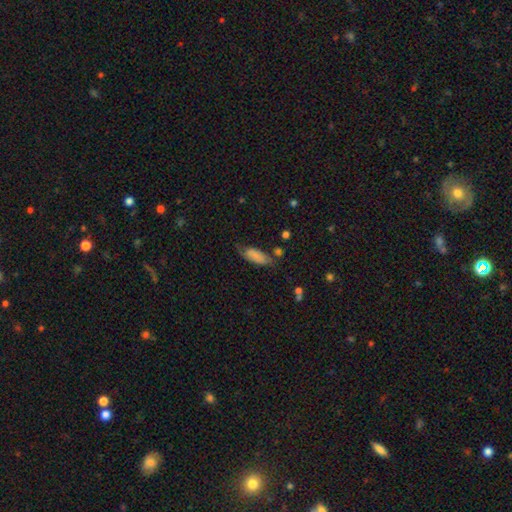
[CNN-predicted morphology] Overall: smooth (75%). How rounded: in between (80%). Merging: none (51%; minor disturbance 32%).